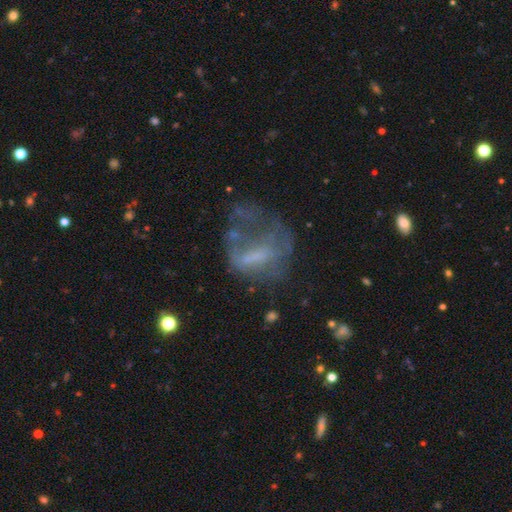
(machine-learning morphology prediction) This appears to be a featured or disk galaxy (52%). Merging: major disturbance (44%).